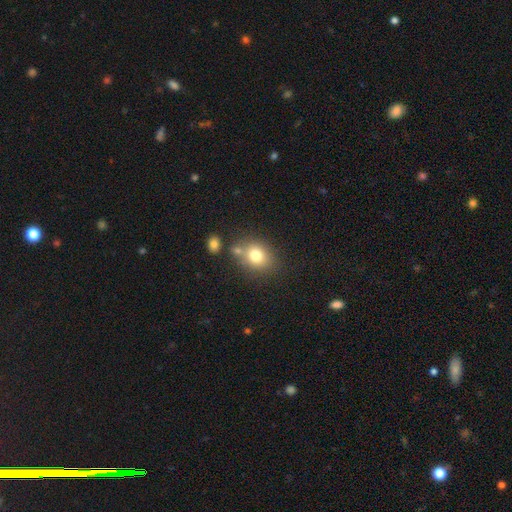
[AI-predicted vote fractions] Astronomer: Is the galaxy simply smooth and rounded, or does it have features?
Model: smooth — 77%.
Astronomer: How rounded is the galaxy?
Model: round — 54% (runner-up: in between, 45%).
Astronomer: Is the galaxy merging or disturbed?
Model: none — 64%.